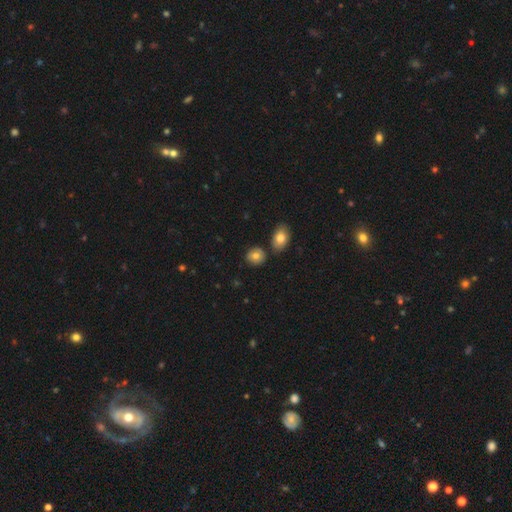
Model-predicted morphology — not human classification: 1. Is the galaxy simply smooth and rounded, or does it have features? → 78% smooth, 13% featured or disk, 9% star or artifact.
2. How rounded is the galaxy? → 70% round, 29% in between, 1% cigar-shaped.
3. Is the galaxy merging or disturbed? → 75% none, 12% minor disturbance, 10% merger, 3% major disturbance.